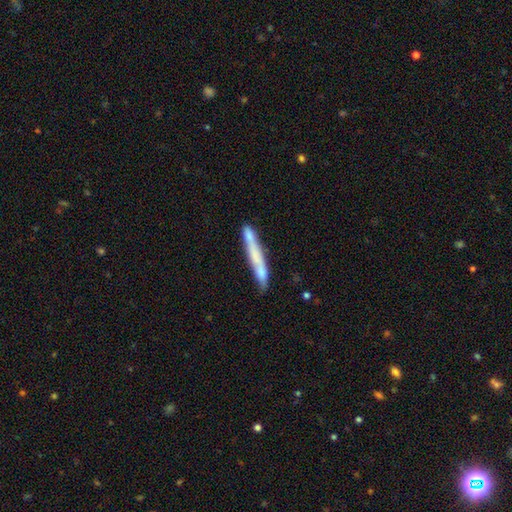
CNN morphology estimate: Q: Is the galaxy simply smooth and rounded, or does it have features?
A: smooth — 51%.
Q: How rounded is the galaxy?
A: cigar-shaped — 95%.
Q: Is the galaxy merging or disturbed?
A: none — 65%.